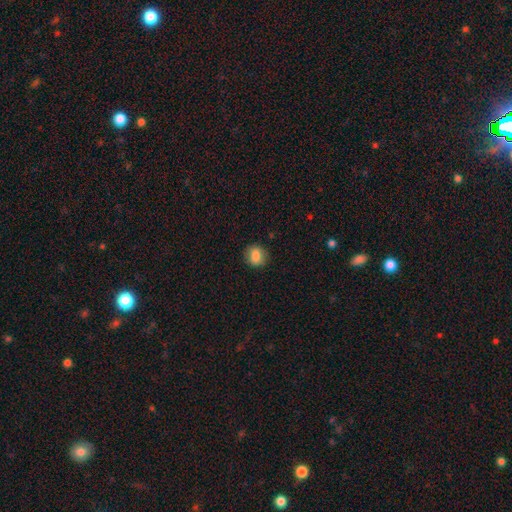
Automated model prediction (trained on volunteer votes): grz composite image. It shows a smooth galaxy with no disk features (83%) that is round (64%). Merging: none (84%).